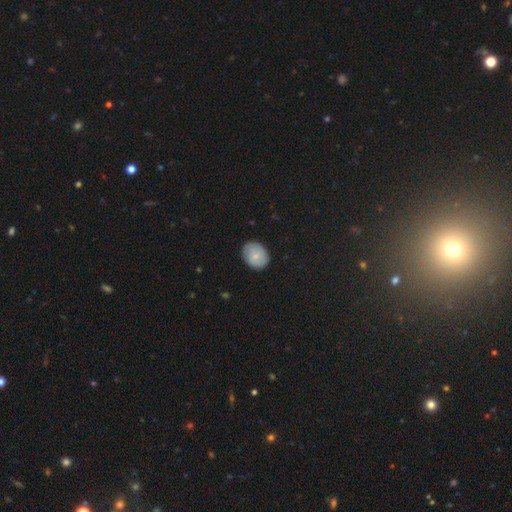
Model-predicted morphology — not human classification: smooth-or-featured: smooth: 73% | featured or disk: 20% | star or artifact: 7%
  how-rounded: in between: 56% | round: 43% | cigar-shaped: 1%
  merging: none: 81% | minor disturbance: 15% | major disturbance: 3% | merger: 1%